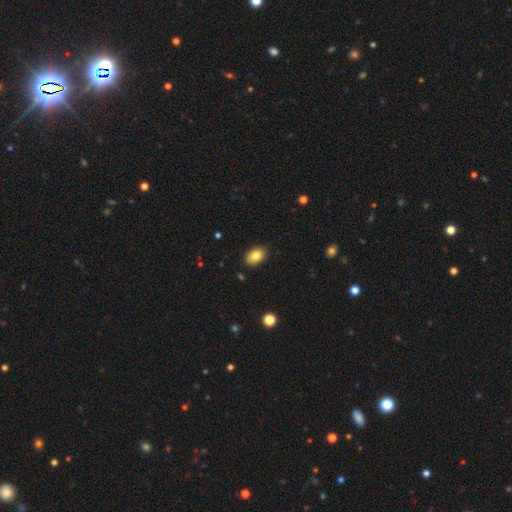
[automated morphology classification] This appears to be a smooth galaxy with no disk features (81%) that is in between round and cigar-shaped (88%). Merging: none (89%).